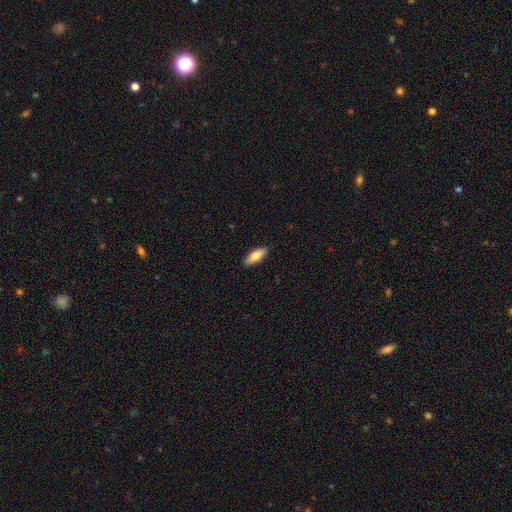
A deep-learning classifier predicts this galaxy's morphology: A smooth galaxy with no disk features (80%) that is in between round and cigar-shaped (66%). Merging: none (89%).